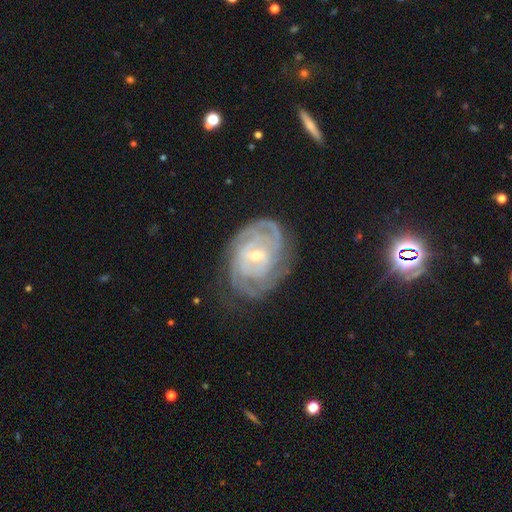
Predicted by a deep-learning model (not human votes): featured or disk 87%, smooth 8%, star or artifact 5%. Down the decision tree: edge-on disk — no (97%); bar — weak (48%); spiral arms — yes (96%); spiral arm count — can't tell (32%); spiral winding — tight (71%); bulge size — small (58%); merging — none (69%).